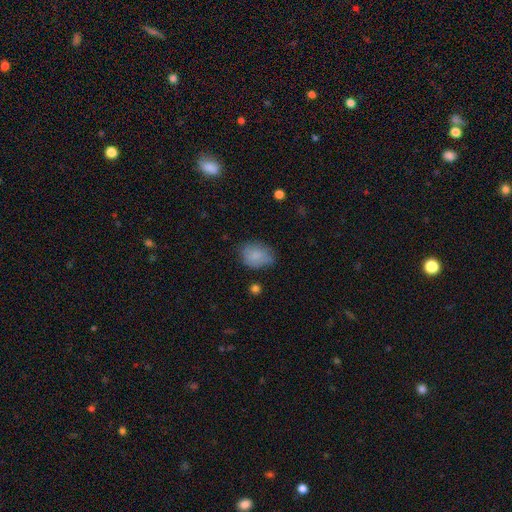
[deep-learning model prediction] A smooth galaxy with no disk features (81%) that is in between round and cigar-shaped (62%). Merging: none (64%).